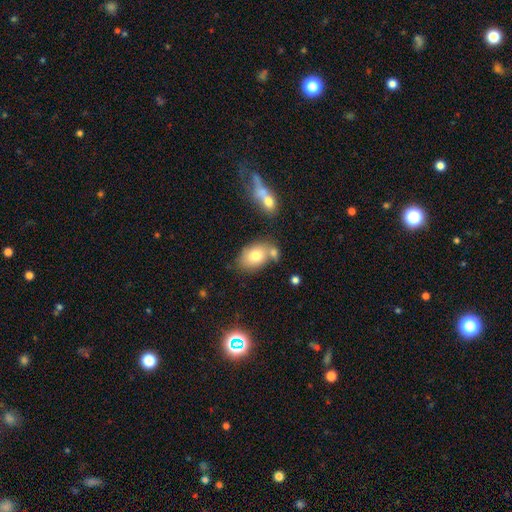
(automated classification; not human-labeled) smooth_or_featured: smooth (p=0.75) [alt: featured or disk p=0.17]
how_rounded: in between (p=0.79) [alt: round p=0.20]
merging: none (p=0.55) [alt: merger p=0.23]